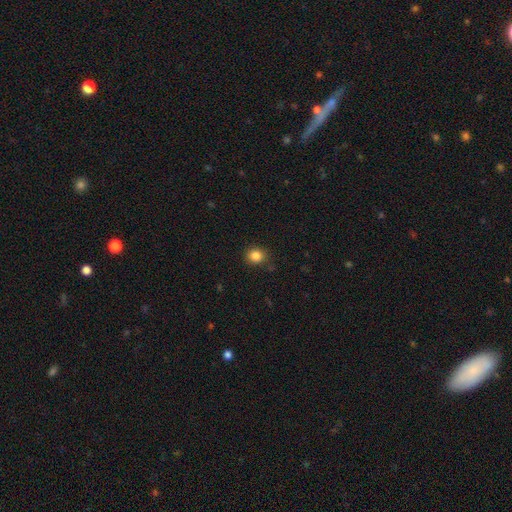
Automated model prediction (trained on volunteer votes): smooth 85%, star or artifact 11%, featured or disk 4%. Down the decision tree: how rounded — round (81%); merging — none (86%).